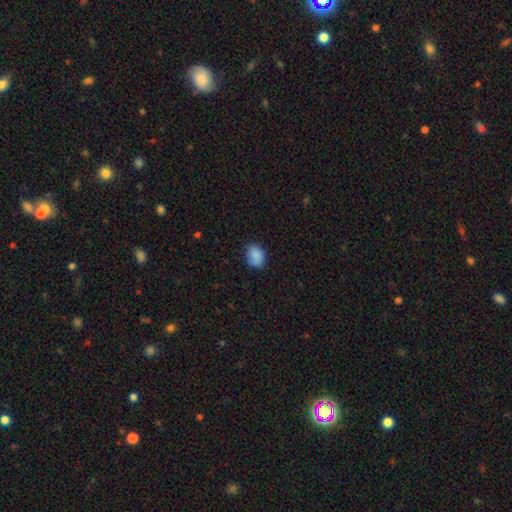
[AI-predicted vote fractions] smooth_or_featured: smooth (p=0.88) [alt: star or artifact p=0.08]
how_rounded: in between (p=0.72) [alt: round p=0.27]
merging: none (p=0.78) [alt: minor disturbance p=0.18]